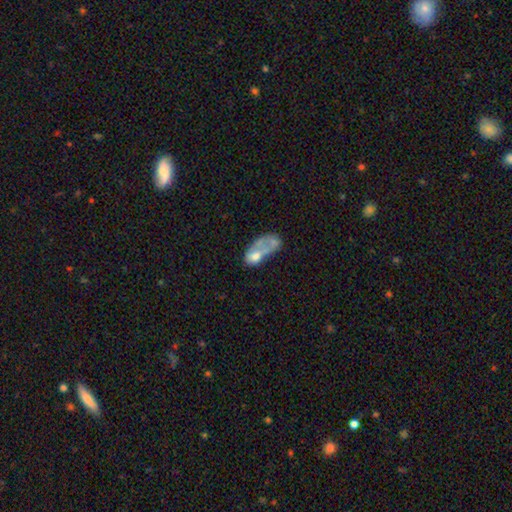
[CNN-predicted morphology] A smooth galaxy with no disk features (54%) that is in between round and cigar-shaped (86%).

Vote fractions:
- Smooth or featured? smooth: 54% / featured or disk: 37% / star or artifact: 9%
- How rounded? in between: 86% / round: 9% / cigar-shaped: 5%
- Merging? merger: 43% / major disturbance: 30% / none: 14% / minor disturbance: 13%